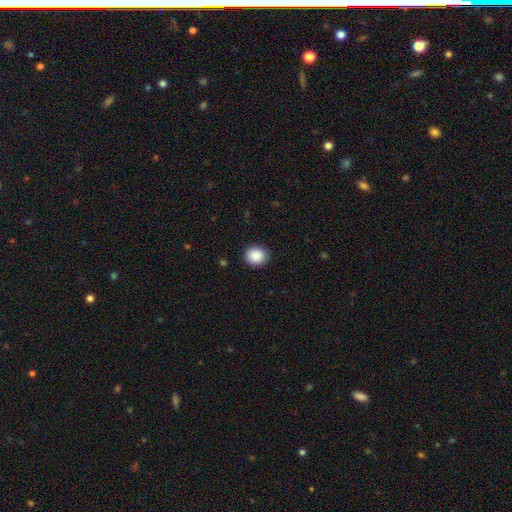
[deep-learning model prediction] A smooth galaxy with no disk features (89%) that is round (74%).

Vote fractions:
- Smooth or featured? smooth: 89% / star or artifact: 8% / featured or disk: 3%
- How rounded? round: 74% / in between: 25% / cigar-shaped: 1%
- Merging? none: 90% / minor disturbance: 7% / major disturbance: 2% / merger: 1%